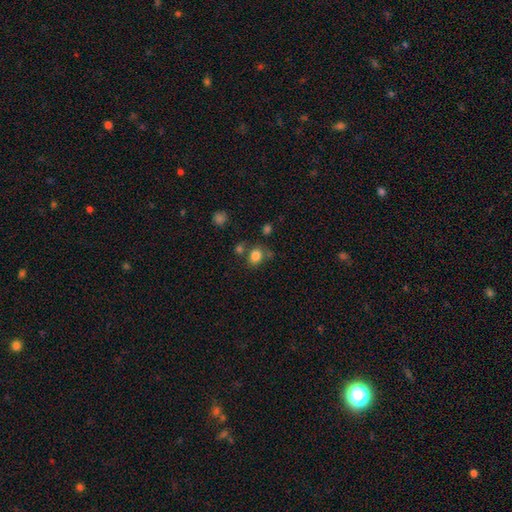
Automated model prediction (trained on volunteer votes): A smooth galaxy with no disk features (82%) that is round (64%). Merging: none (65%).